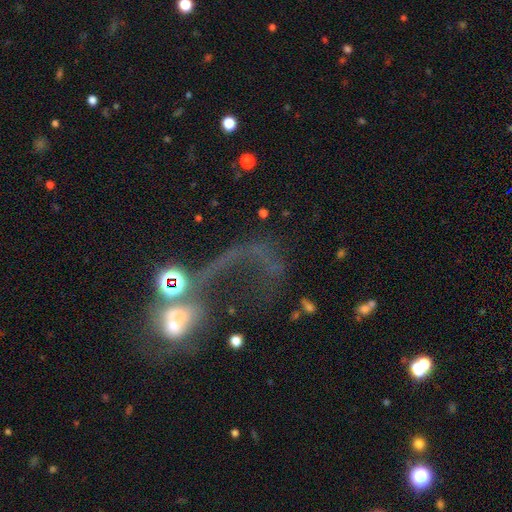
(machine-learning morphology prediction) A featured or disk galaxy (42%).

Vote fractions:
- Smooth or featured? featured or disk: 42% / star or artifact: 32% / smooth: 26%
- Merging? major disturbance: 43% / merger: 27% / none: 22% / minor disturbance: 9%